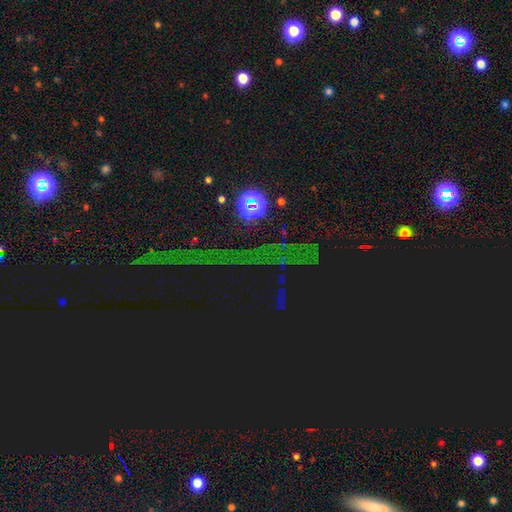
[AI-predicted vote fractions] A star or artifact, not a galaxy (80%).

Vote fractions:
- Smooth or featured? star or artifact: 80% / smooth: 11% / featured or disk: 8%